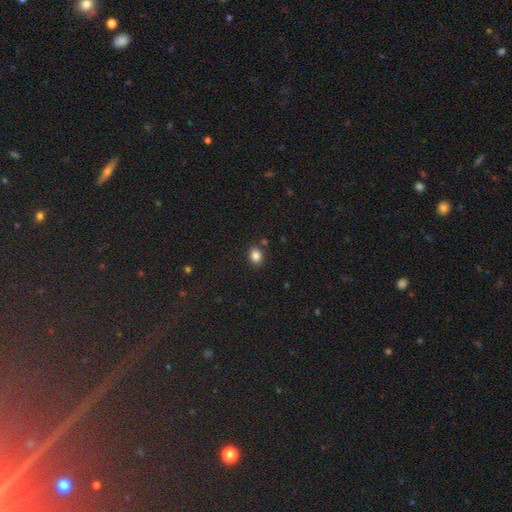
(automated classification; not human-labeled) Smooth or featured?
  - smooth: 84% *
  - star or artifact: 11%
  - featured or disk: 5%
How rounded?
  - in between: 56% *
  - round: 43%
  - cigar-shaped: 1%
Merging?
  - none: 83% *
  - minor disturbance: 10%
  - merger: 5%
  - major disturbance: 2%